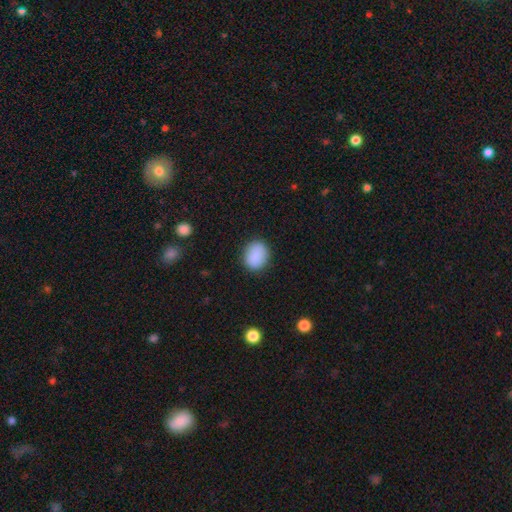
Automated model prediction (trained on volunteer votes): Smooth or featured?
  - smooth: 89% *
  - star or artifact: 8%
  - featured or disk: 4%
How rounded?
  - round: 56% *
  - in between: 43%
  - cigar-shaped: 1%
Merging?
  - none: 86% *
  - minor disturbance: 10%
  - major disturbance: 3%
  - merger: 1%